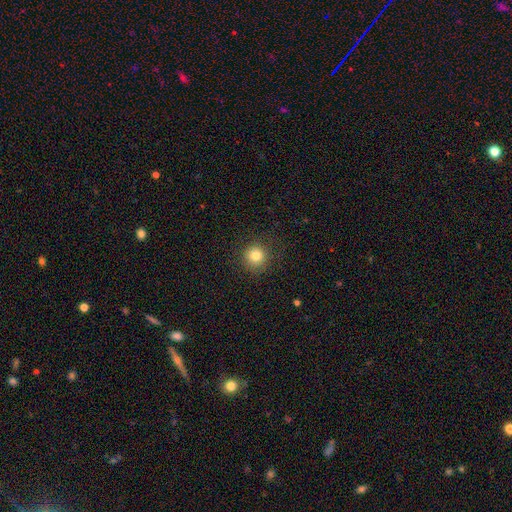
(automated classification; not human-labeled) Morphology: type=smooth (81%); roundness=round (93%); merging=none (87%).